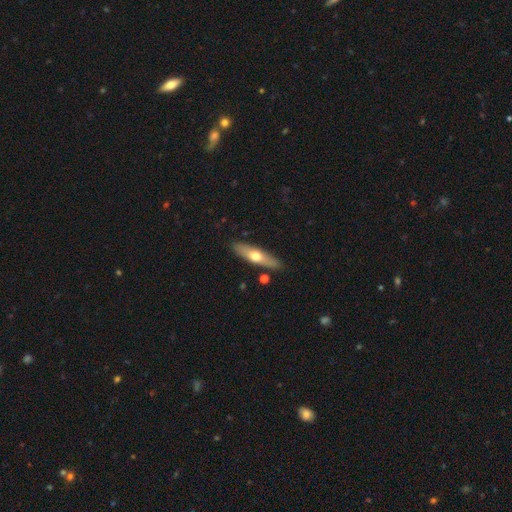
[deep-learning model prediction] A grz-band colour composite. It shows a smooth galaxy with no disk features (51%) that is cigar-shaped (66%). Merging: none (85%).